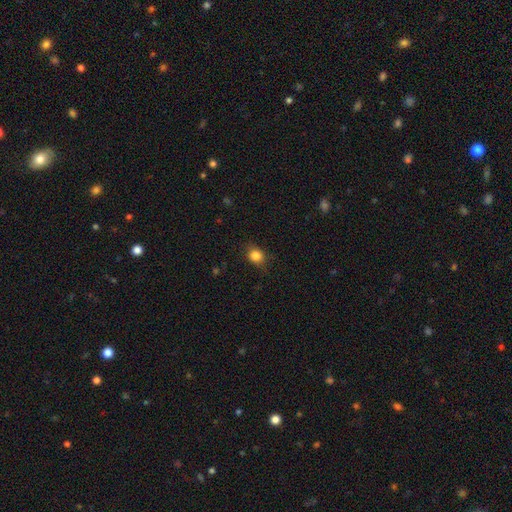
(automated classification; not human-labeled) Smooth or featured: smooth — 83% (star or artifact — 11%)
How rounded: round — 64% (in between — 34%)
Merging: none — 79% (minor disturbance — 16%)